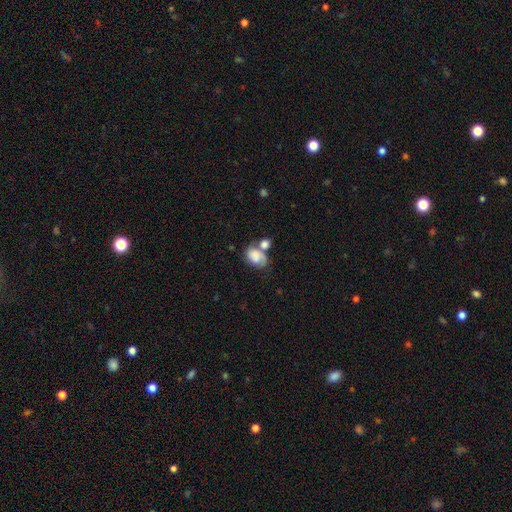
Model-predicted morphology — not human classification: Smooth or featured?
  - smooth: 62% *
  - featured or disk: 29%
  - star or artifact: 9%
How rounded?
  - in between: 74% *
  - round: 25%
  - cigar-shaped: 1%
Merging?
  - merger: 41% *
  - none: 28%
  - minor disturbance: 18%
  - major disturbance: 13%